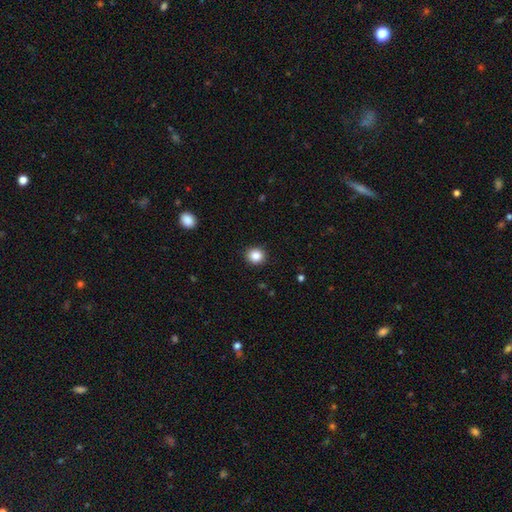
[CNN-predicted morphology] Smooth or featured: smooth — 85% (star or artifact — 10%)
How rounded: round — 89% (in between — 10%)
Merging: none — 92% (minor disturbance — 5%)